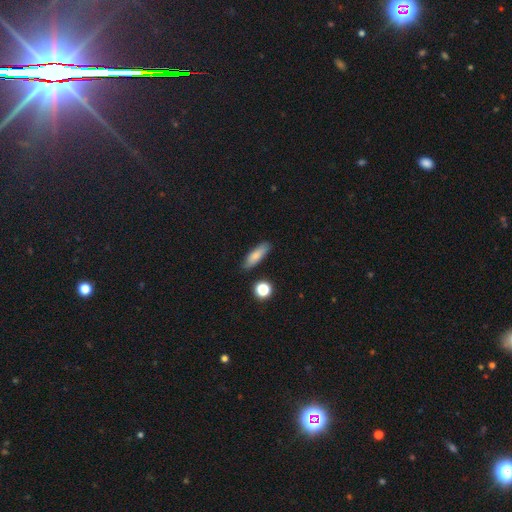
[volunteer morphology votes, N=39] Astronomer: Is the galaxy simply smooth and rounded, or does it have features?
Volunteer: smooth — 82%.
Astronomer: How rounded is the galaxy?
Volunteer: cigar-shaped — 59% (runner-up: in between, 41%).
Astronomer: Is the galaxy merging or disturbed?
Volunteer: none — 84%.